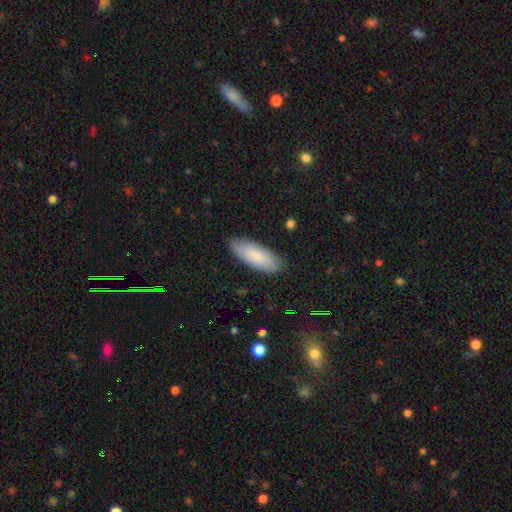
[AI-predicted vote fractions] Morphology: type=smooth (80%); roundness=in between (73%); merging=none (87%).